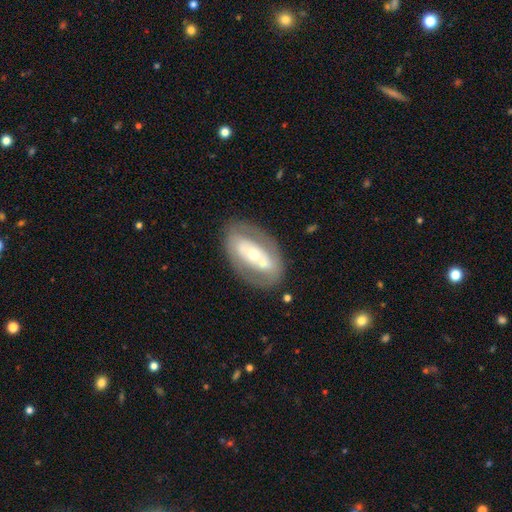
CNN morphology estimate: This is likely a featured or disk galaxy (66%). It is clearly not viewed edge-on (90%). Bar: likely no (66%). Spiral arm pattern: likely no (72%). Central bulge: possibly moderate (47%). Merging: likely none (65%).